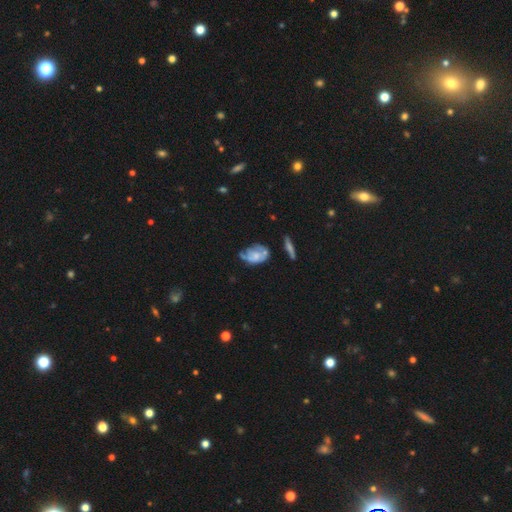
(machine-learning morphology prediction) A featured or disk galaxy (53%).

Vote fractions:
- Smooth or featured? featured or disk: 53% / smooth: 40% / star or artifact: 8%
- Edge-on disk? no: 94% / yes: 6%
- Merging? none: 36% / minor disturbance: 31% / major disturbance: 22% / merger: 11%